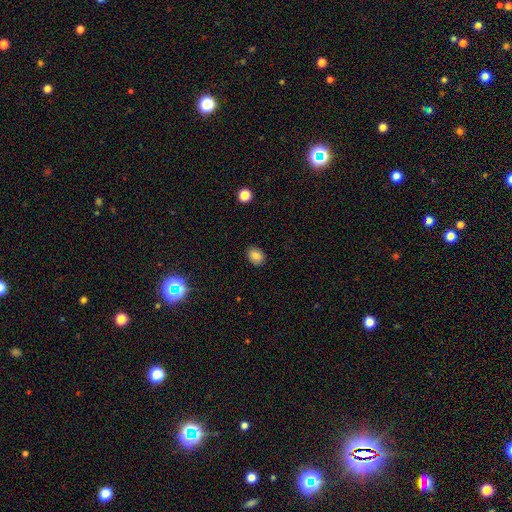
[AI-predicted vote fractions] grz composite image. It shows a smooth galaxy with no disk features (80%) that is in between round and cigar-shaped (60%). Merging: none (87%).